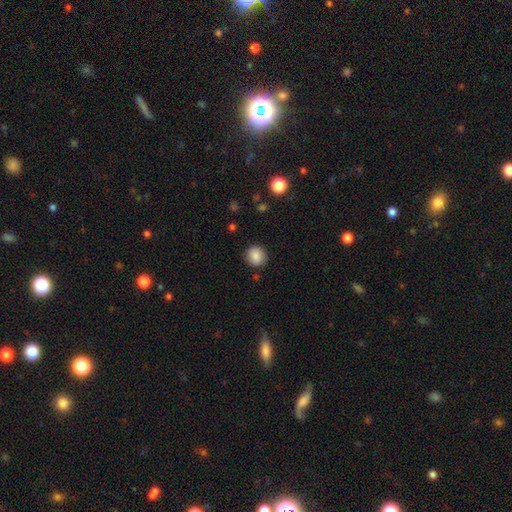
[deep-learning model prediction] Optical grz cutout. It shows a smooth galaxy with no disk features (87%) that is round (87%). Merging: none (88%).